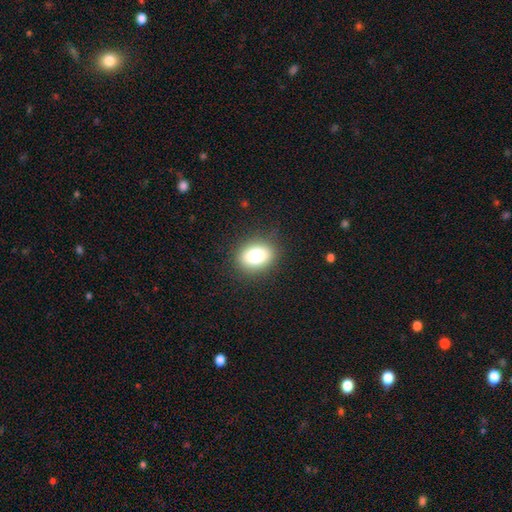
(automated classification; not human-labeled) Morphology: type=smooth (81%); roundness=in between (64%); merging=none (86%).